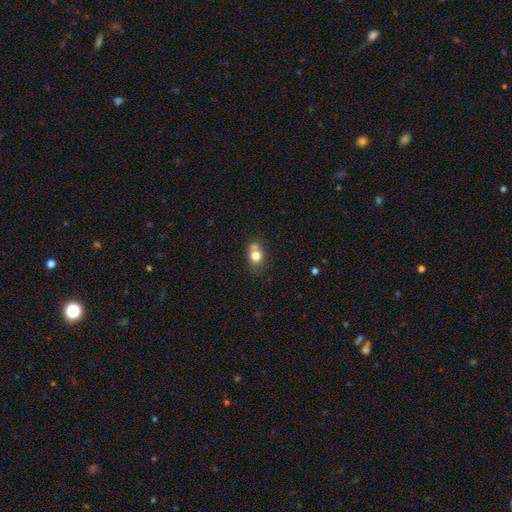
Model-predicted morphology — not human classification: Q: Smooth or featured?
A: smooth (76%); runner-up: featured or disk (13%)
Q: How rounded?
A: round (54%); runner-up: in between (44%)
Q: Merging?
A: none (47%); runner-up: merger (29%)